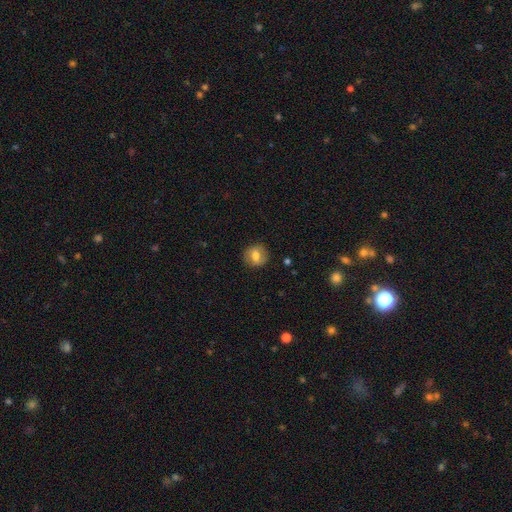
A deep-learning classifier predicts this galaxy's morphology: A smooth galaxy with no disk features (64%) that is round (79%). Merging: none (84%).